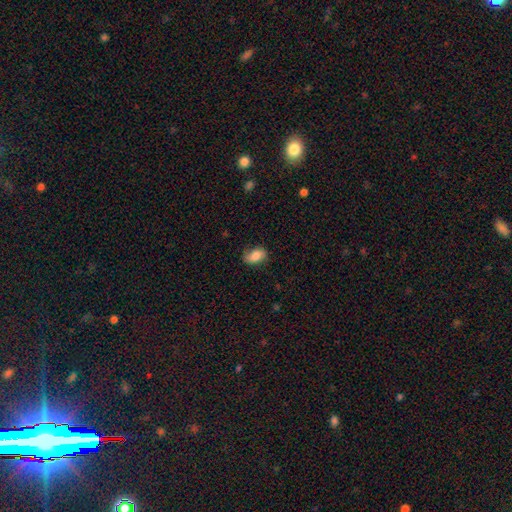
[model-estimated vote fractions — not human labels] Smooth or featured: smooth — 79% (featured or disk — 14%)
How rounded: in between — 88% (round — 10%)
Merging: none — 70% (minor disturbance — 23%)